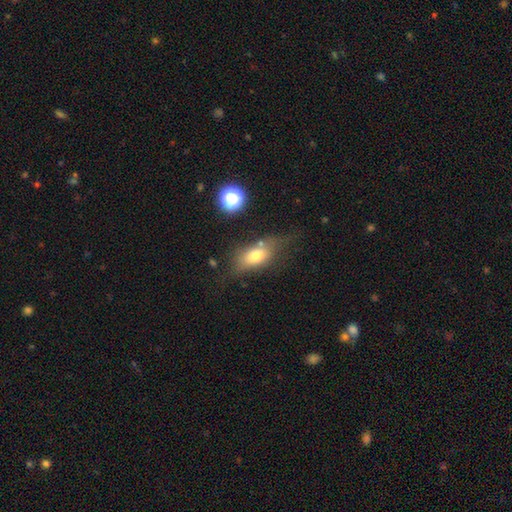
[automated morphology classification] Overall: smooth (70%). How rounded: in between (80%). Merging: none (55%; minor disturbance 25%).